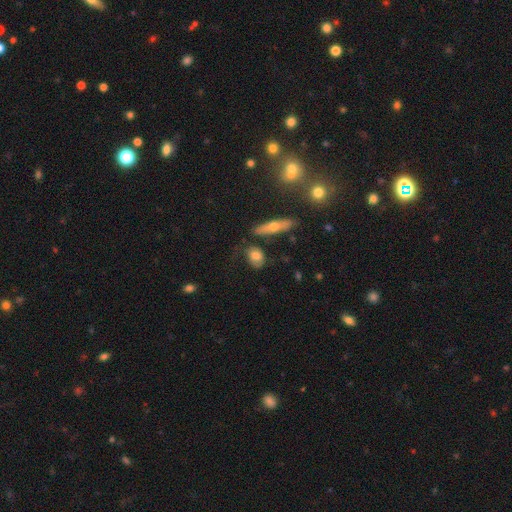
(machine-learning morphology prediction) Overall: smooth (70%). How rounded: in between (68%). Merging: none (62%; minor disturbance 23%).